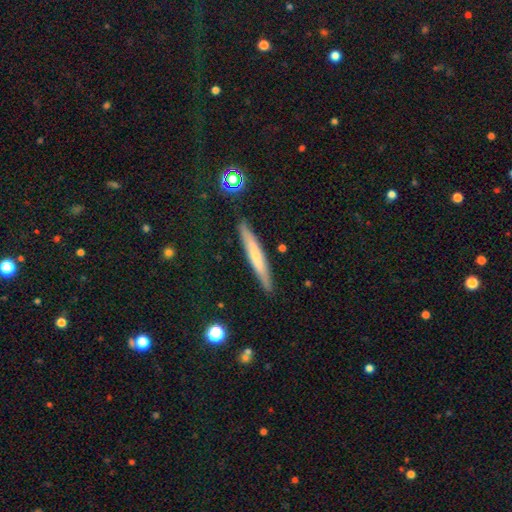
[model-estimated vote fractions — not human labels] Smooth or featured? smooth (51%)
How rounded? cigar-shaped (95%)
Merging? none (88%)